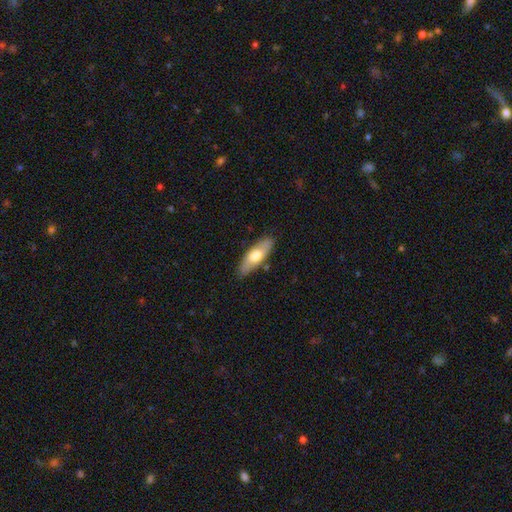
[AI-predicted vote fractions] This is likely a smooth galaxy (62%). How rounded: likely in between (64%). Merging: clearly none (84%).